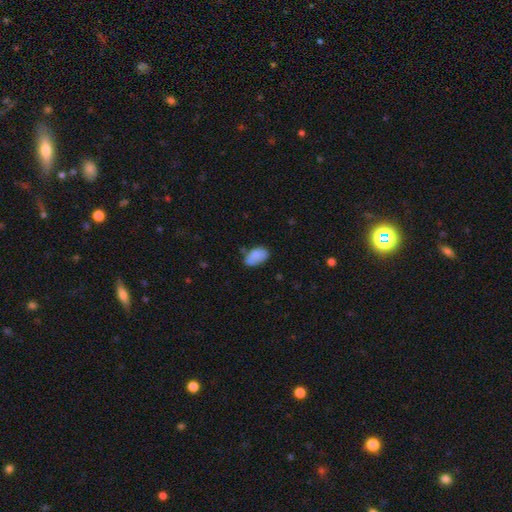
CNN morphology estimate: Smooth or featured? Predicted: smooth (p=0.83). How rounded? Predicted: in between (p=0.92). Merging? Predicted: none (p=0.62).